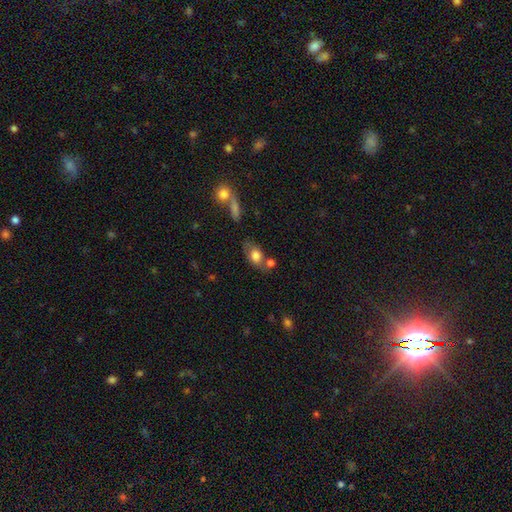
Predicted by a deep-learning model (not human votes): Q: Smooth or featured?
A: smooth (77%); runner-up: featured or disk (15%)
Q: How rounded?
A: in between (80%); runner-up: round (17%)
Q: Merging?
A: none (52%); runner-up: merger (22%)